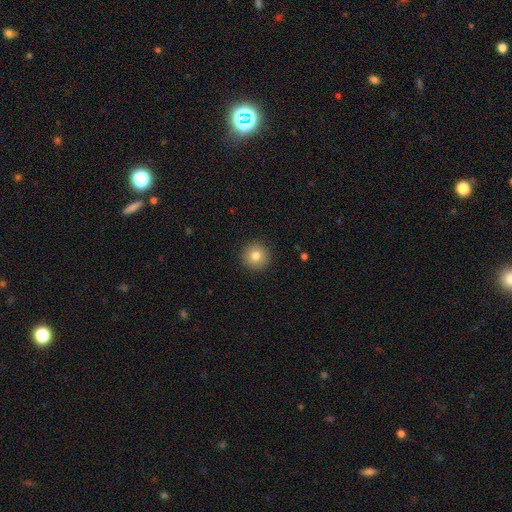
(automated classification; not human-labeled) Smooth or featured: smooth — 80% (star or artifact — 10%)
How rounded: round — 95% (in between — 4%)
Merging: none — 92% (minor disturbance — 5%)